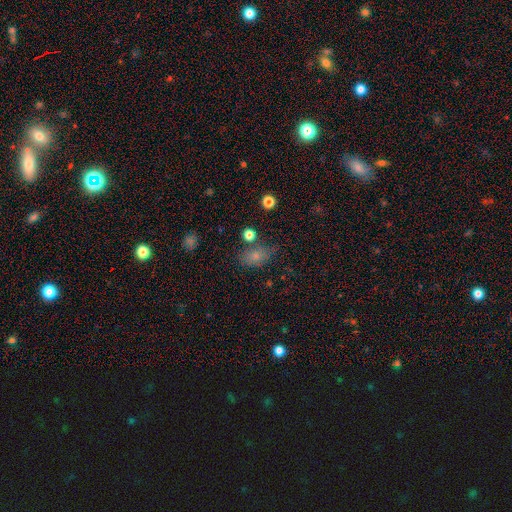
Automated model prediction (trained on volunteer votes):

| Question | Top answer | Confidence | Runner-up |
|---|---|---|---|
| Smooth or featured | smooth | 73% | star or artifact (16%) |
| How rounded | in between | 75% | round (22%) |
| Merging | none | 64% | minor disturbance (20%) |